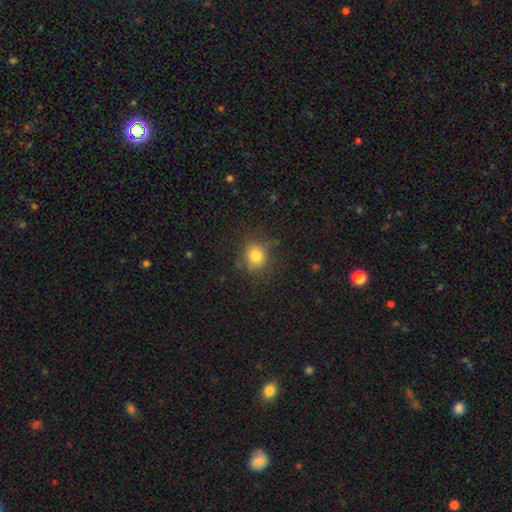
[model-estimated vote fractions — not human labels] This is clearly a smooth galaxy (80%). How rounded: likely round (73%). Merging: likely none (80%).